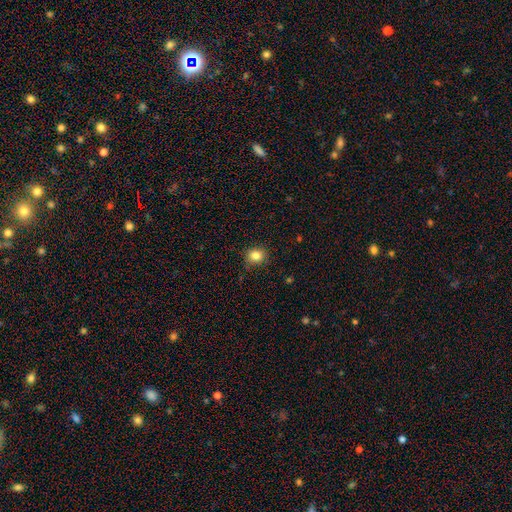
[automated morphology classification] type=smooth (84%); roundness=round (71%); merging=none (85%).